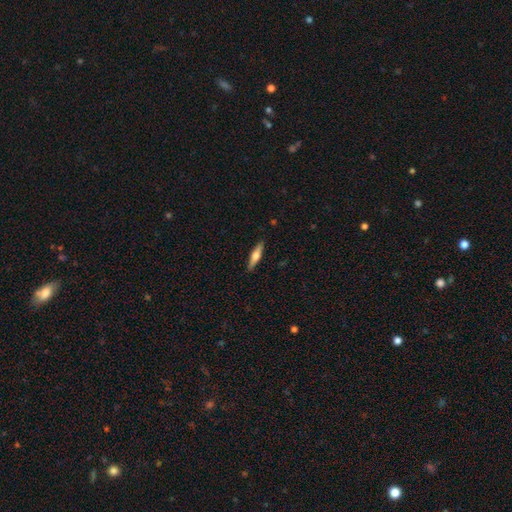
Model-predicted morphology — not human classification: Smooth or featured?
  - smooth: 49% *
  - featured or disk: 45%
  - star or artifact: 6%
Merging?
  - none: 89% *
  - minor disturbance: 8%
  - major disturbance: 2%
  - merger: 1%